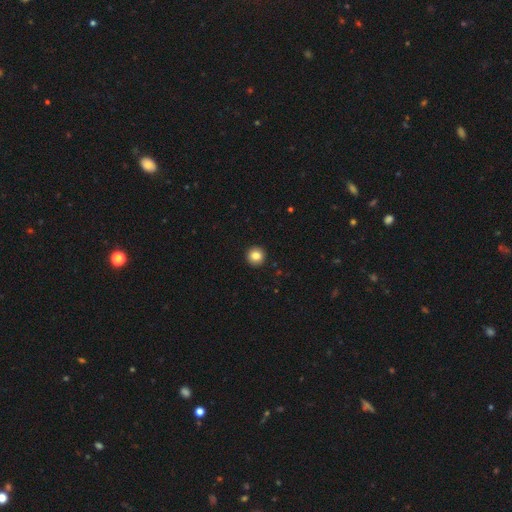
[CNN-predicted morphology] Q: Smooth or featured?
A: smooth (85%); runner-up: star or artifact (9%)
Q: How rounded?
A: round (96%); runner-up: in between (4%)
Q: Merging?
A: none (94%); runner-up: minor disturbance (4%)